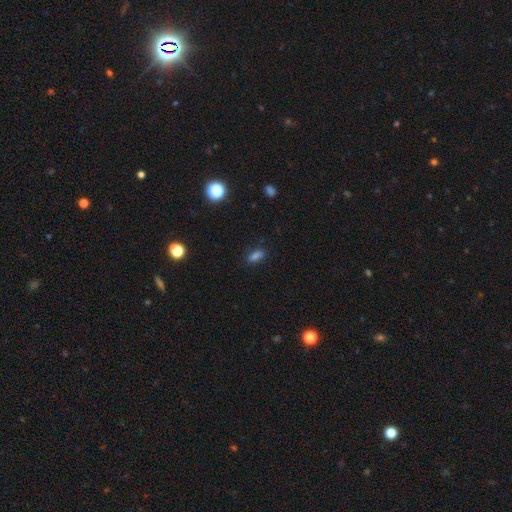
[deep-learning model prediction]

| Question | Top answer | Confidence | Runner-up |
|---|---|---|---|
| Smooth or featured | smooth | 75% | star or artifact (17%) |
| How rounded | in between | 75% | cigar-shaped (18%) |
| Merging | none | 79% | minor disturbance (15%) |